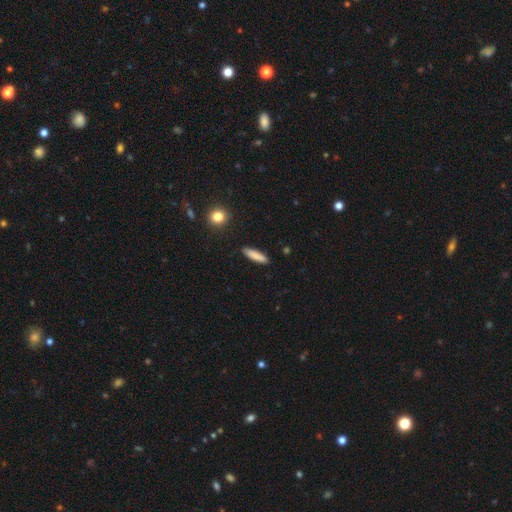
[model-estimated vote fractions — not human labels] smooth_or_featured: smooth (p=0.85) [alt: featured or disk p=0.08]
how_rounded: cigar-shaped (p=0.76) [alt: in between p=0.22]
merging: none (p=0.89) [alt: minor disturbance p=0.08]